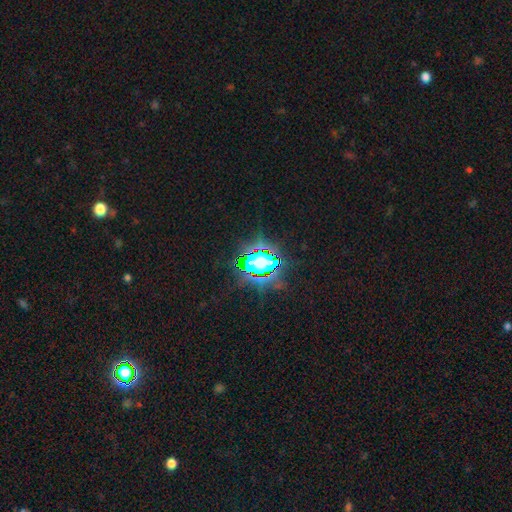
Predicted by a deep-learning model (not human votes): Morphology: type=star or artifact (81%).